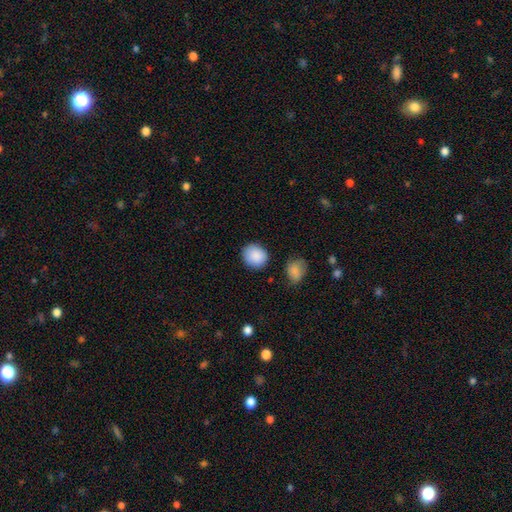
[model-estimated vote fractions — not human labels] smooth-or-featured: smooth: 89% | star or artifact: 7% | featured or disk: 4%
  how-rounded: round: 79% | in between: 20% | cigar-shaped: 1%
  merging: none: 82% | minor disturbance: 12% | merger: 3% | major disturbance: 3%